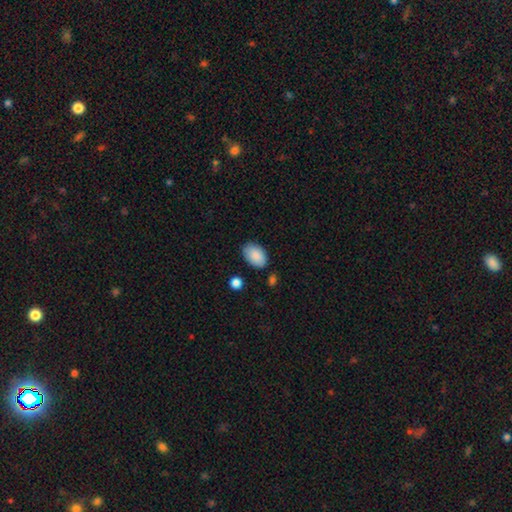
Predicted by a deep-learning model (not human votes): Smooth or featured: smooth — 89% (star or artifact — 6%)
How rounded: in between — 90% (round — 9%)
Merging: none — 79% (minor disturbance — 15%)